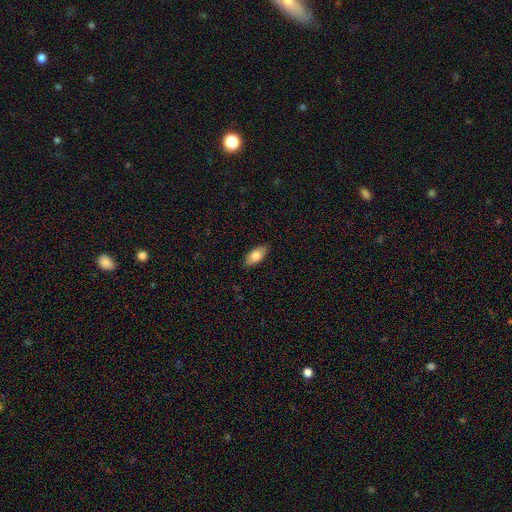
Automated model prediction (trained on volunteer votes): Smooth or featured? smooth (79%)
How rounded? in between (90%)
Merging? none (86%)